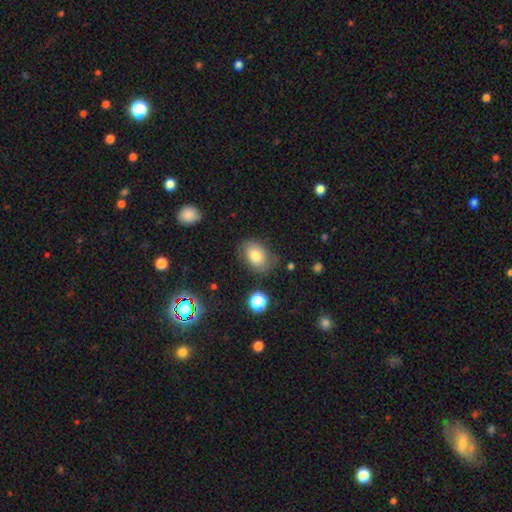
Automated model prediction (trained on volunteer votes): This is likely a smooth galaxy (73%). How rounded: likely in between (77%). Merging: likely none (71%).